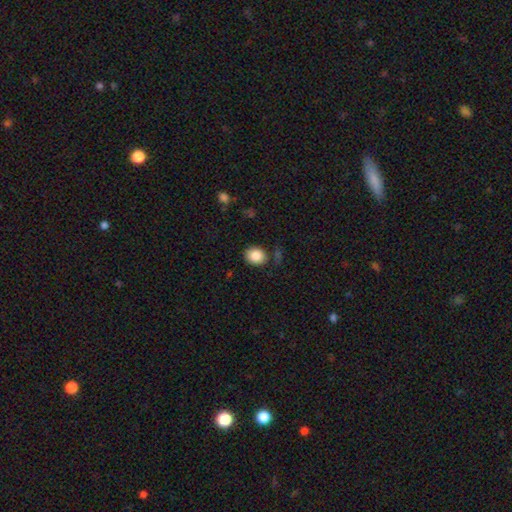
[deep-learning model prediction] The model was most divided on "how rounded": round: 63%, in between: 36%, cigar-shaped: 1%. More confident: smooth or featured — smooth (86%); merging — none (80%).